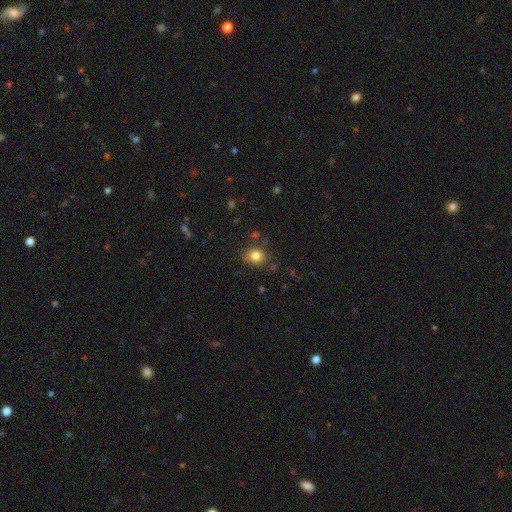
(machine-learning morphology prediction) Smooth or featured?
  - smooth: 81% *
  - star or artifact: 11%
  - featured or disk: 7%
How rounded?
  - round: 67% *
  - in between: 32%
  - cigar-shaped: 1%
Merging?
  - none: 79% *
  - minor disturbance: 13%
  - merger: 4%
  - major disturbance: 4%